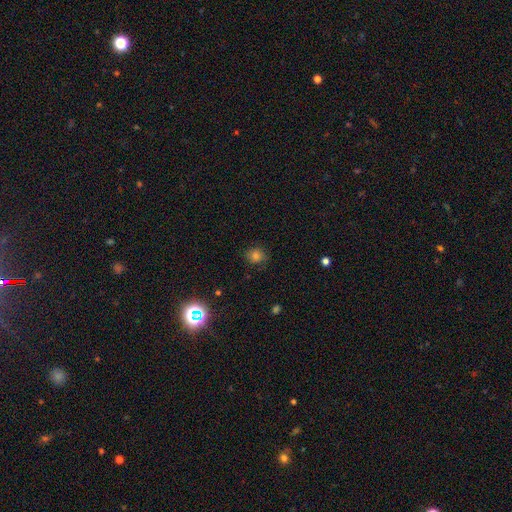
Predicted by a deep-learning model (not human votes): Overall: smooth (76%). How rounded: round (80%). Merging: none (82%).